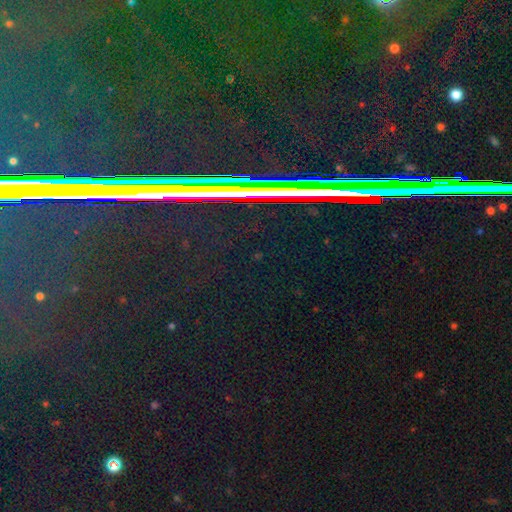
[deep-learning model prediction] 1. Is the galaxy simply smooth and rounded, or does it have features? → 82% star or artifact, 10% featured or disk, 7% smooth.